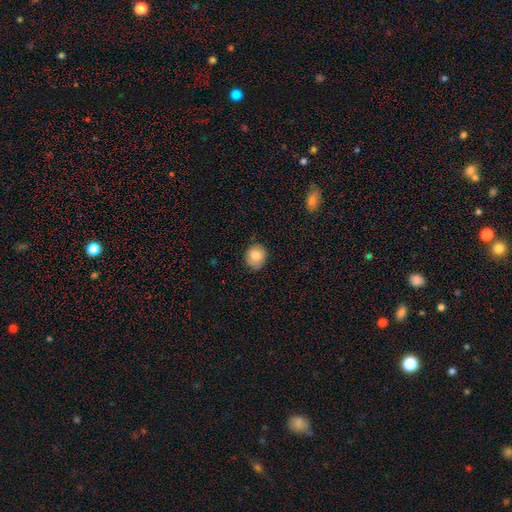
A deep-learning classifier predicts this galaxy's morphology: smooth 83%, featured or disk 9%, star or artifact 8%. Down the decision tree: how rounded — round (70%); merging — none (78%).